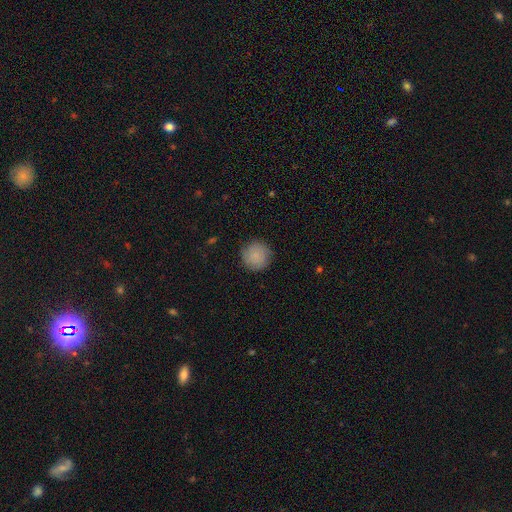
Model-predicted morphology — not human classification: A smooth galaxy with no disk features (84%) that is round (95%).

Vote fractions:
- Smooth or featured? smooth: 84% / featured or disk: 9% / star or artifact: 7%
- How rounded? round: 95% / in between: 4% / cigar-shaped: 1%
- Merging? none: 86% / minor disturbance: 11% / major disturbance: 3% / merger: 1%